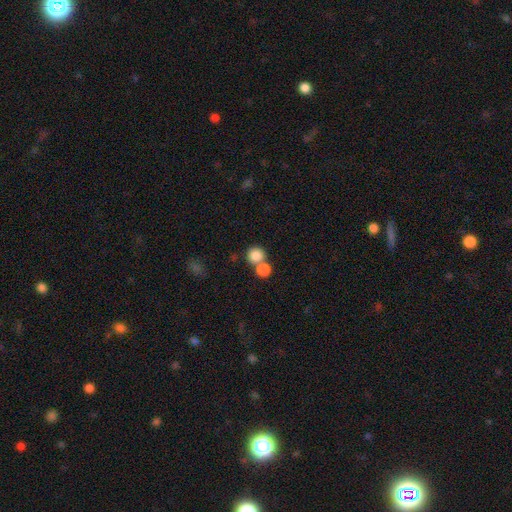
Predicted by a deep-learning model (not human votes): A smooth galaxy with no disk features (84%) that is round (88%).

Vote fractions:
- Smooth or featured? smooth: 84% / star or artifact: 9% / featured or disk: 7%
- How rounded? round: 88% / in between: 11% / cigar-shaped: 1%
- Merging? none: 49% / merger: 42% / minor disturbance: 6% / major disturbance: 3%